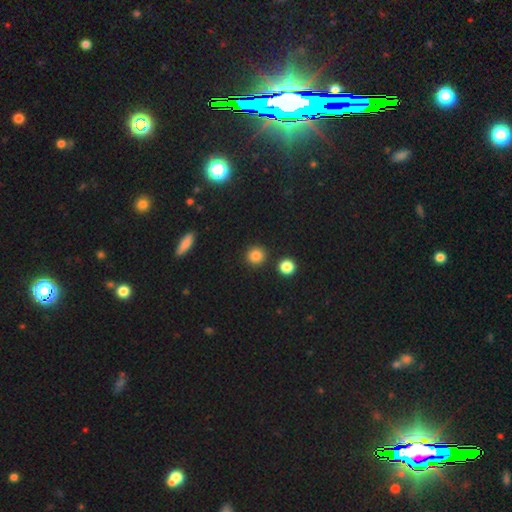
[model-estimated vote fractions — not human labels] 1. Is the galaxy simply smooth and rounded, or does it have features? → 85% smooth, 11% star or artifact, 4% featured or disk.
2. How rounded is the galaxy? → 92% round, 7% in between, 1% cigar-shaped.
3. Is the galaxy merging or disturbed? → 89% none, 6% minor disturbance, 3% merger, 2% major disturbance.